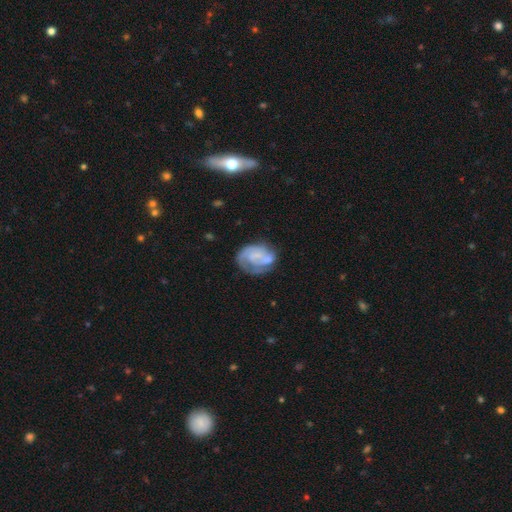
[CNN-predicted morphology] A featured or disk galaxy (66%) with no bar (64%), 2 (39%) tight (47%) spiral arms (78%) and no central bulge (49%).

Vote fractions:
- Smooth or featured? featured or disk: 66% / smooth: 27% / star or artifact: 7%
- Edge-on disk? no: 98% / yes: 2%
- Bar? no: 64% / weak: 28% / strong: 8%
- Spiral arms? yes: 78% / no: 22%
- Spiral winding? tight: 47% / medium: 36% / loose: 17%
- Spiral arm count? 2: 39% / can't tell: 27% / 1: 18% / 3: 11% / 4: 3% / more than 4: 2%
- Bulge size? none: 49% / small: 30% / moderate: 14% / large: 4% / dominant: 2%
- Merging? none: 48% / minor disturbance: 26% / major disturbance: 20% / merger: 6%